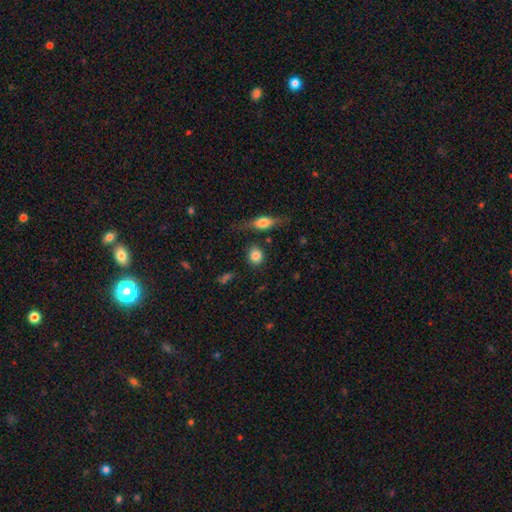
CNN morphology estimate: Overall: smooth (83%). How rounded: round (74%). Merging: none (79%).